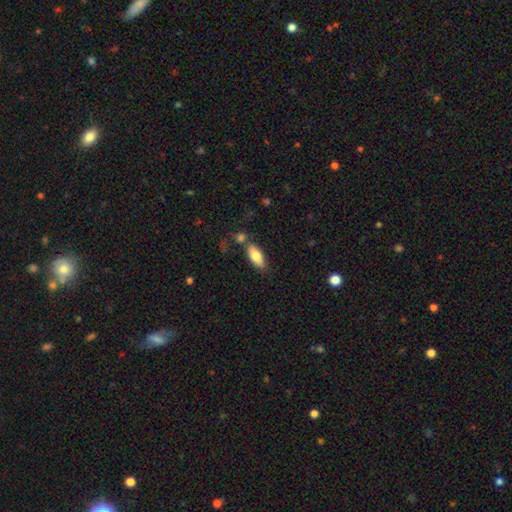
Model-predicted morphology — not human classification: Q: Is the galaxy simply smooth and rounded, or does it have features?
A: smooth — 80%.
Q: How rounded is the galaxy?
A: in between — 81%.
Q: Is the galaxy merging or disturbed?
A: none — 72%.